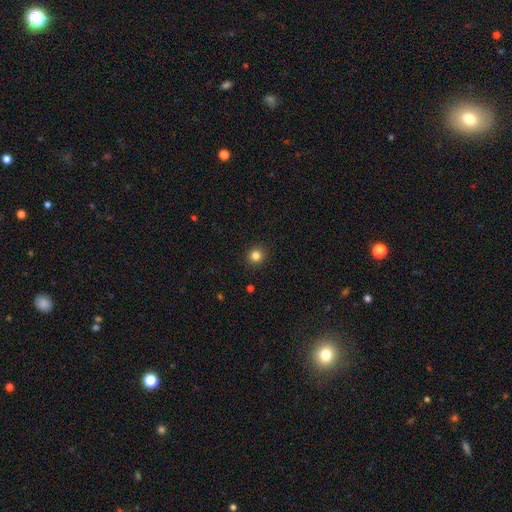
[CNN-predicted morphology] Smooth or featured?
  - smooth: 83% *
  - star or artifact: 13%
  - featured or disk: 5%
How rounded?
  - round: 92% *
  - in between: 7%
  - cigar-shaped: 1%
Merging?
  - none: 92% *
  - minor disturbance: 5%
  - major disturbance: 2%
  - merger: 1%